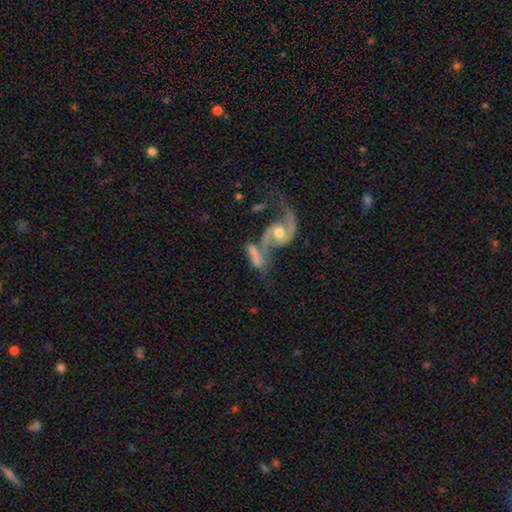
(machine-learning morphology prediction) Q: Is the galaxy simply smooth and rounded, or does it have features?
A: featured or disk — 63%.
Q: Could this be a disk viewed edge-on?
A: no — 91%.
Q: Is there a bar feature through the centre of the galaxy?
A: no — 51%.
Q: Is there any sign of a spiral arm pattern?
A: yes — 84%.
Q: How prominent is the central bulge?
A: moderate — 57%.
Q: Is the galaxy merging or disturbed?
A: merger — 51%.